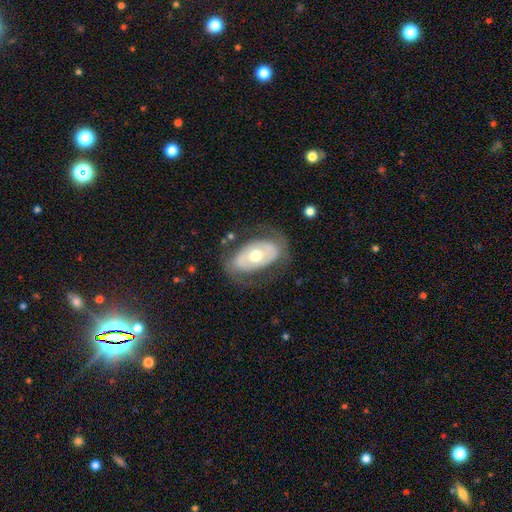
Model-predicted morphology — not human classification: This is possibly a featured or disk galaxy (59%). It is clearly not viewed edge-on (91%). Bar: likely no (75%). Spiral arm pattern: likely no (64%). Central bulge: likely moderate (74%). Merging: likely none (70%).